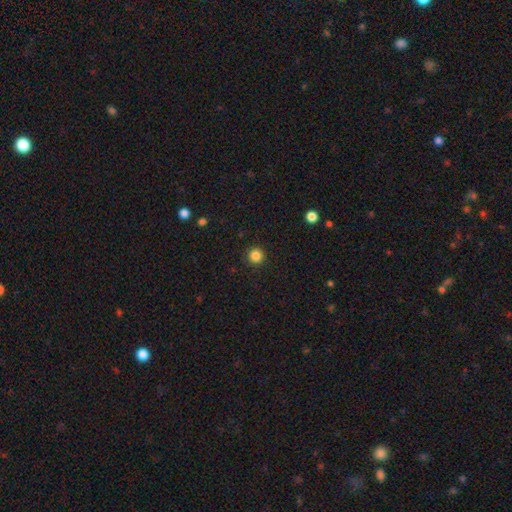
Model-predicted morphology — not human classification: Smooth or featured?
  - smooth: 85% *
  - star or artifact: 12%
  - featured or disk: 3%
How rounded?
  - round: 95% *
  - in between: 4%
  - cigar-shaped: 1%
Merging?
  - none: 93% *
  - minor disturbance: 5%
  - major disturbance: 2%
  - merger: 1%